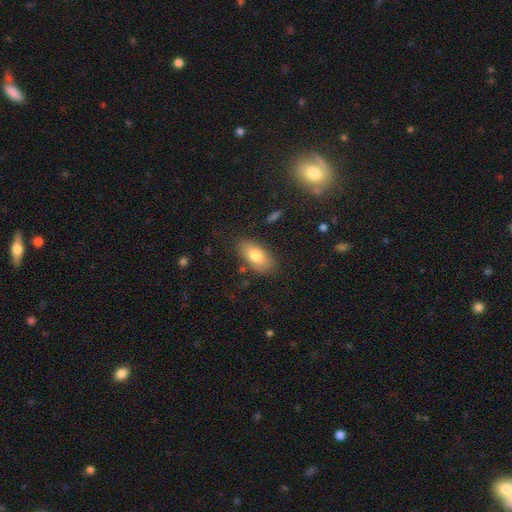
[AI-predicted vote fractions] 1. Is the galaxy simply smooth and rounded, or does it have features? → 78% smooth, 15% featured or disk, 7% star or artifact.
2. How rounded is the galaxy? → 91% in between, 5% cigar-shaped, 4% round.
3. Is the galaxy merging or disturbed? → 81% none, 13% minor disturbance, 3% major disturbance, 2% merger.